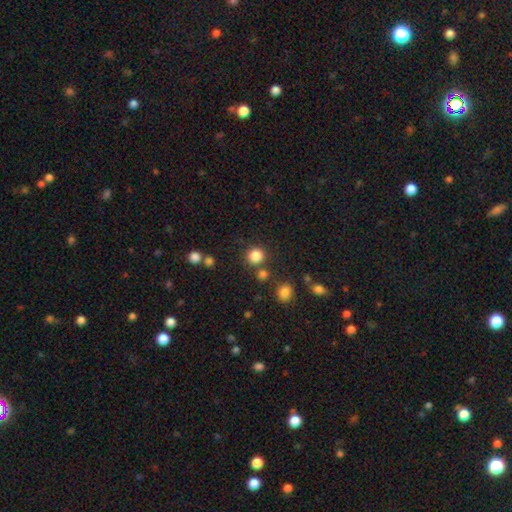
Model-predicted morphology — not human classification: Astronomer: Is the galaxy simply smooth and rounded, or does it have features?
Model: smooth — 84%.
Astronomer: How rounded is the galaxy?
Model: round — 91%.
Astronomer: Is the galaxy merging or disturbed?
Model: none — 81%.